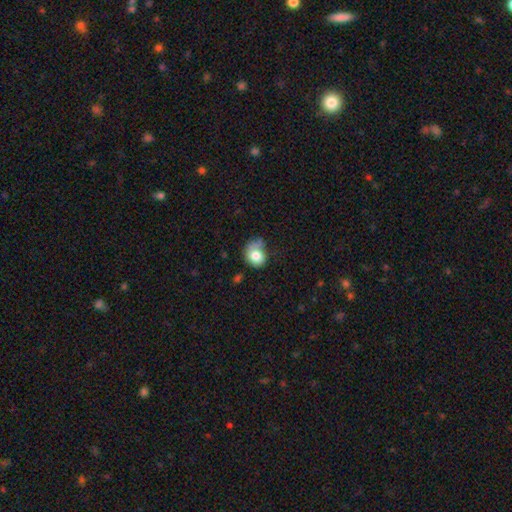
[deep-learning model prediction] A smooth galaxy with no disk features (78%) that is round (62%).

Vote fractions:
- Smooth or featured? smooth: 78% / featured or disk: 13% / star or artifact: 9%
- How rounded? round: 62% / in between: 37% / cigar-shaped: 1%
- Merging? none: 39% / minor disturbance: 32% / major disturbance: 19% / merger: 10%